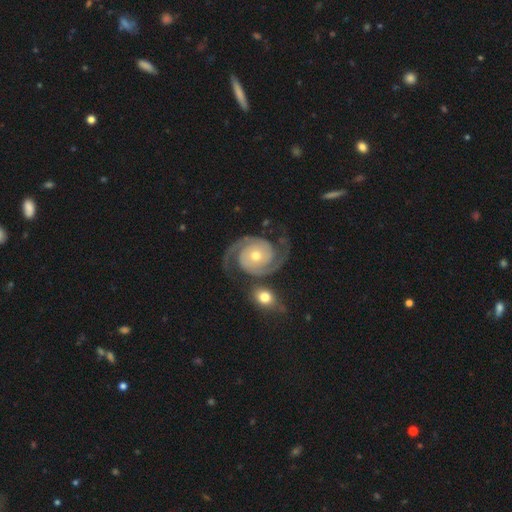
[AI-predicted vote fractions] Q: Smooth or featured?
A: featured or disk (93%); runner-up: star or artifact (4%)
Q: Edge-on disk?
A: no (98%); runner-up: yes (2%)
Q: Bar?
A: no (79%); runner-up: weak (16%)
Q: Spiral arms?
A: yes (98%); runner-up: no (2%)
Q: Spiral winding?
A: tight (45%); tied with: medium (45%)
Q: Spiral arm count?
A: 2 (94%); runner-up: can't tell (1%)
Q: Bulge size?
A: moderate (51%); runner-up: small (44%)
Q: Merging?
A: none (73%); runner-up: minor disturbance (12%)